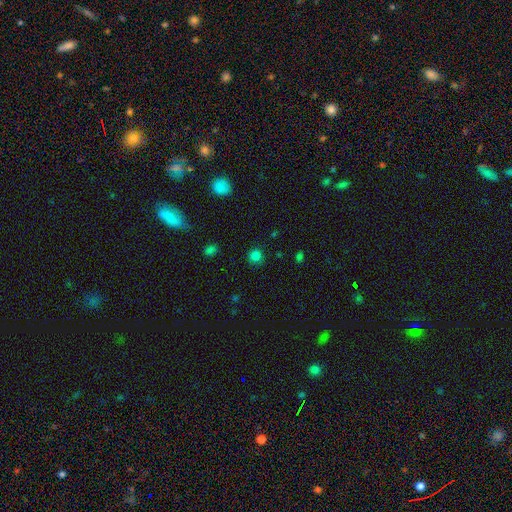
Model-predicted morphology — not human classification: smooth_or_featured: smooth (p=0.80) [alt: star or artifact p=0.16]
how_rounded: round (p=0.92) [alt: in between p=0.07]
merging: none (p=0.88) [alt: minor disturbance p=0.08]